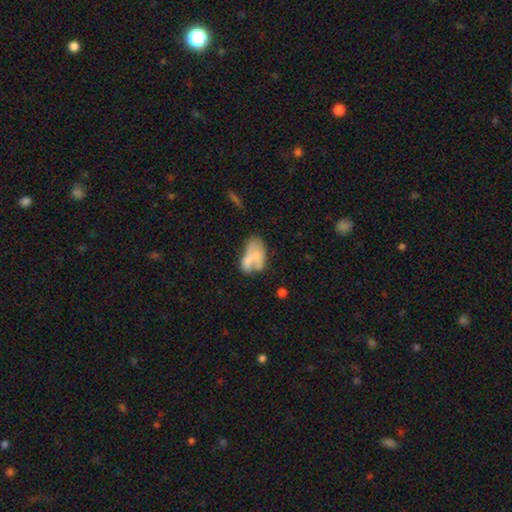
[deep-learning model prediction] Q: Smooth or featured?
A: smooth (53%); runner-up: featured or disk (38%)
Q: How rounded?
A: in between (91%); runner-up: round (7%)
Q: Merging?
A: none (29%); runner-up: merger (28%)